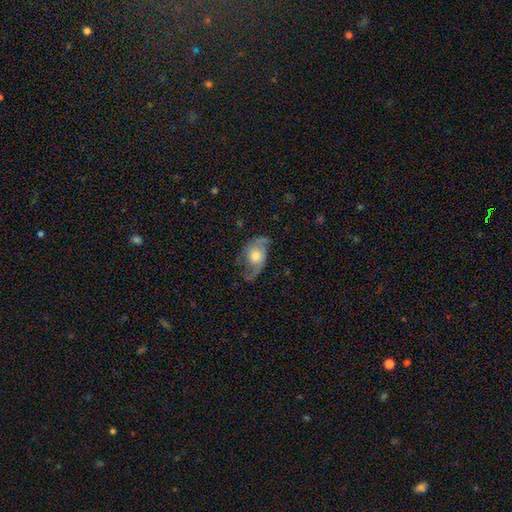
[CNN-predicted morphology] type=featured or disk (61%); edge-on=no (93%); bar=no (77%); spiral arms=yes (81%); bulge=moderate (57%); merging=none (54%).